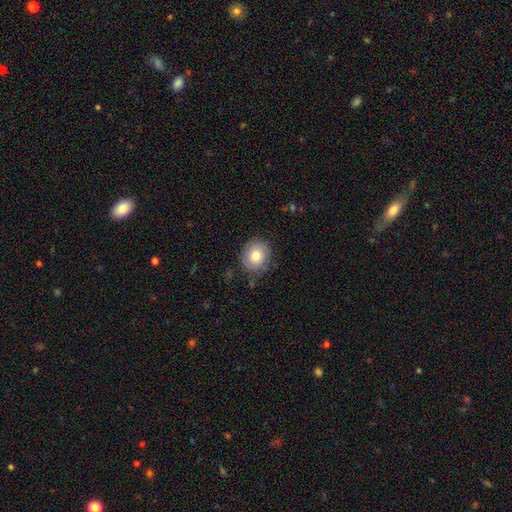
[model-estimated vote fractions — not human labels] smooth_or_featured: smooth (p=0.79) [alt: featured or disk p=0.13]
how_rounded: round (p=0.72) [alt: in between p=0.27]
merging: none (p=0.79) [alt: minor disturbance p=0.16]